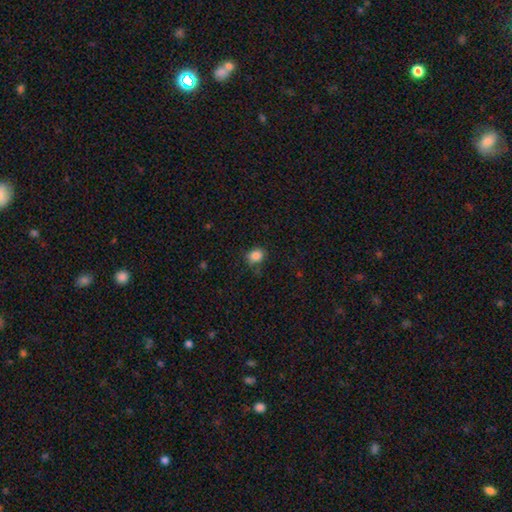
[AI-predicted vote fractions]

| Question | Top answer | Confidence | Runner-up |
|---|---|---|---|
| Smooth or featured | smooth | 85% | star or artifact (11%) |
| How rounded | round | 57% | in between (42%) |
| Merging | none | 75% | minor disturbance (18%) |